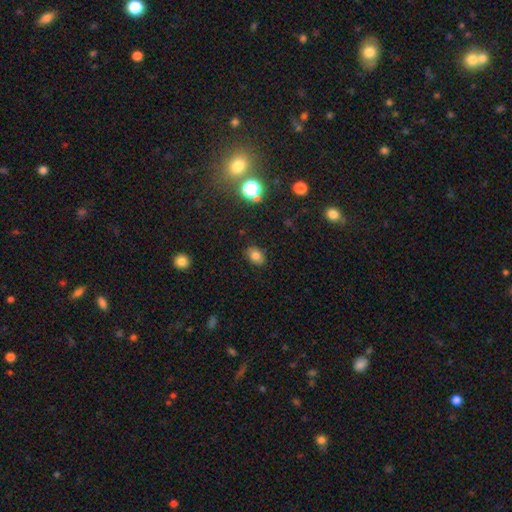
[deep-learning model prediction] Smooth or featured? Predicted: smooth (p=0.78). How rounded? Predicted: in between (p=0.73). Merging? Predicted: none (p=0.85).